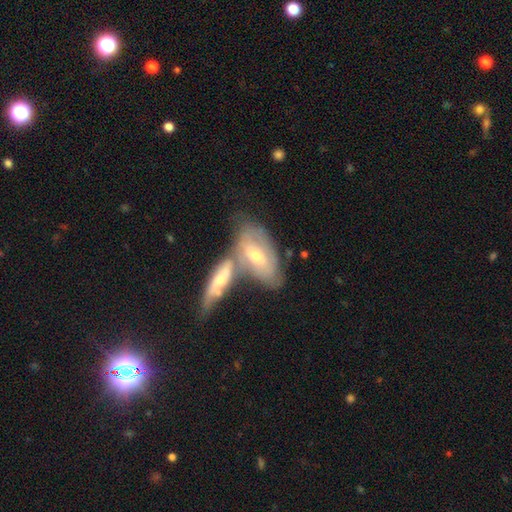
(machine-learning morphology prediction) A featured or disk galaxy (62%). Merging: merger (47%).